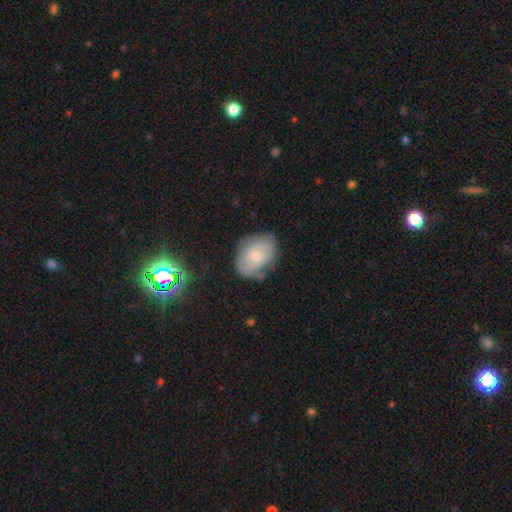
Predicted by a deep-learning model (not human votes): Overall: smooth (55%; featured or disk 35%). How rounded: in between (71%). Merging: none (57%; minor disturbance 30%).